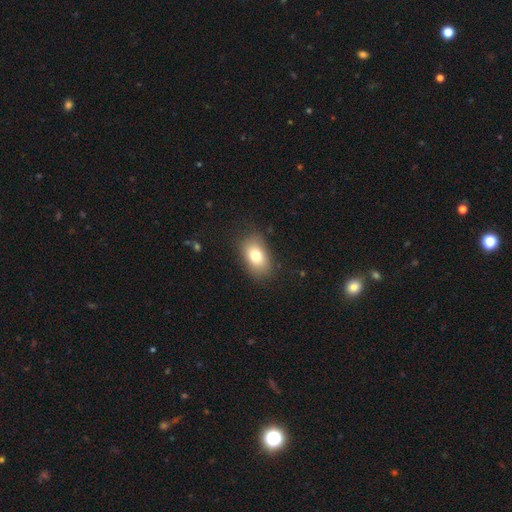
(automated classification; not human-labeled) A smooth galaxy with no disk features (77%) that is in between round and cigar-shaped (86%).

Vote fractions:
- Smooth or featured? smooth: 77% / featured or disk: 13% / star or artifact: 9%
- How rounded? in between: 86% / round: 13% / cigar-shaped: 2%
- Merging? none: 82% / minor disturbance: 12% / major disturbance: 4% / merger: 1%